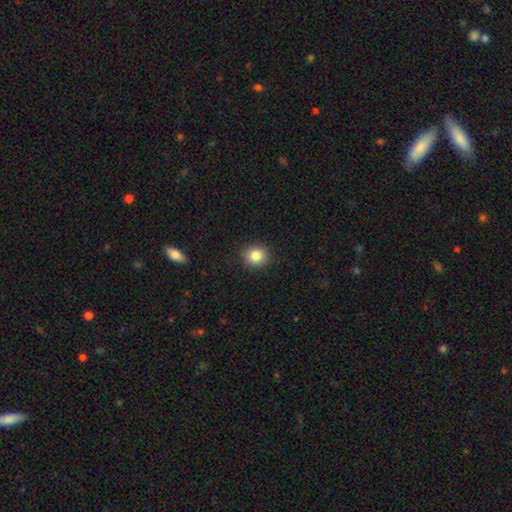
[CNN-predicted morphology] Smooth or featured?
  - smooth: 84% *
  - star or artifact: 10%
  - featured or disk: 6%
How rounded?
  - round: 82% *
  - in between: 17%
  - cigar-shaped: 1%
Merging?
  - none: 90% *
  - minor disturbance: 7%
  - major disturbance: 2%
  - merger: 1%